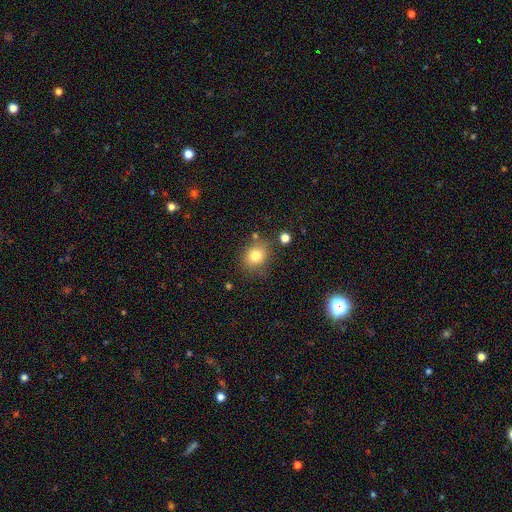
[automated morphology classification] smooth_or_featured: smooth (p=0.79) [alt: star or artifact p=0.12]
how_rounded: round (p=0.69) [alt: in between p=0.30]
merging: none (p=0.75) [alt: minor disturbance p=0.15]